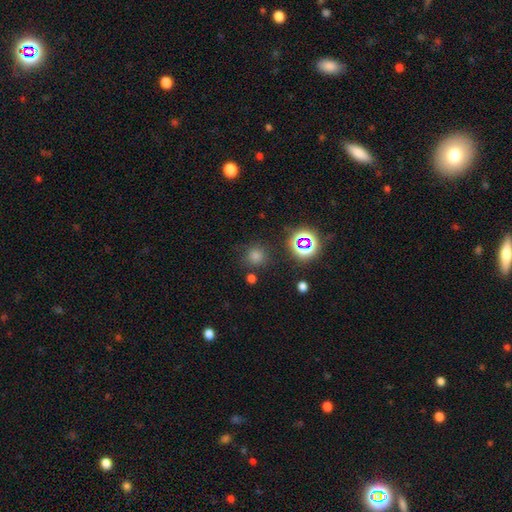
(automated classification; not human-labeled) This is likely a smooth galaxy (63%). How rounded: clearly round (93%). Merging: clearly none (83%).